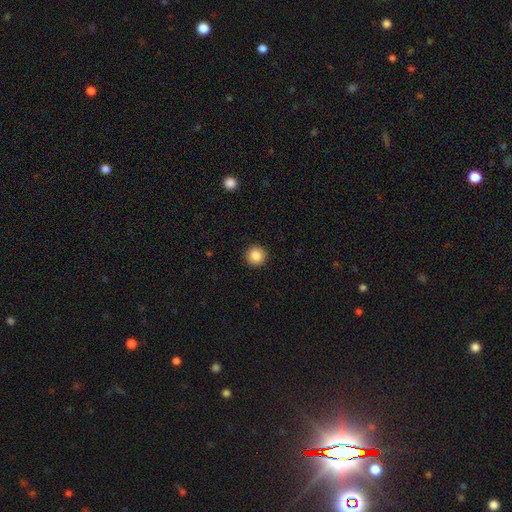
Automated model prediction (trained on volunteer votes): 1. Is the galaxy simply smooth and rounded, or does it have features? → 86% smooth, 9% star or artifact, 4% featured or disk.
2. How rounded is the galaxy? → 95% round, 4% in between, 1% cigar-shaped.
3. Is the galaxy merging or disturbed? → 93% none, 5% minor disturbance, 2% major disturbance, 1% merger.